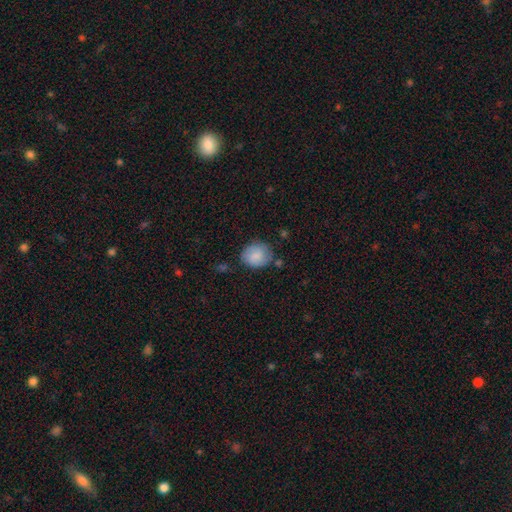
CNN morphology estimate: This is likely a smooth galaxy (75%). How rounded: likely round (73%). Merging: likely none (71%).